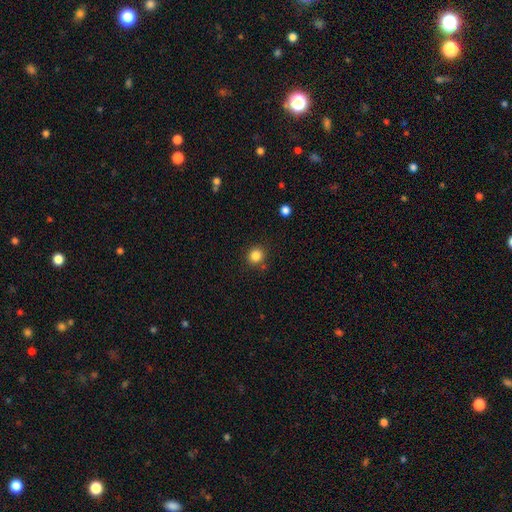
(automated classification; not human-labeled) Overall: smooth (85%). How rounded: round (89%). Merging: none (86%).